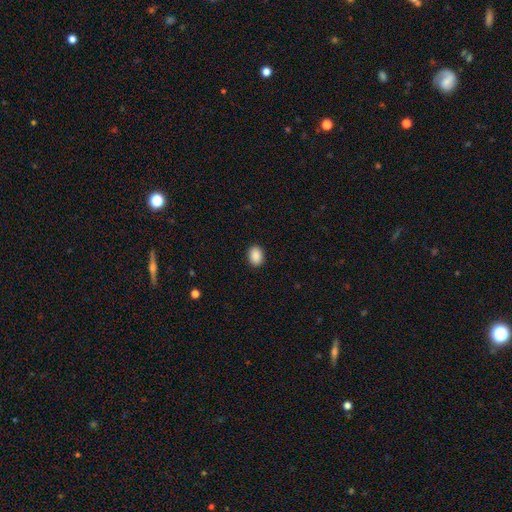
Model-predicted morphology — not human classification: A smooth galaxy with no disk features (90%) that is in between round and cigar-shaped (72%).

Vote fractions:
- Smooth or featured? smooth: 90% / star or artifact: 7% / featured or disk: 3%
- How rounded? in between: 72% / round: 27% / cigar-shaped: 1%
- Merging? none: 91% / minor disturbance: 6% / major disturbance: 2% / merger: 1%